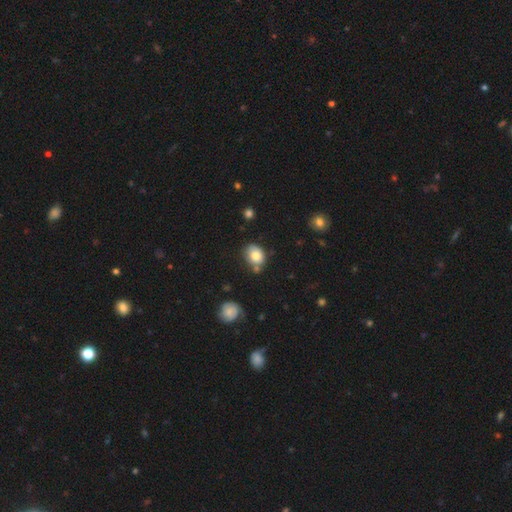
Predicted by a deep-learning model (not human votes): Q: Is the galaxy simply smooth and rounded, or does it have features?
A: smooth — 78%.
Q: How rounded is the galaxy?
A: in between — 60%.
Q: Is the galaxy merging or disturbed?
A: none — 62%.